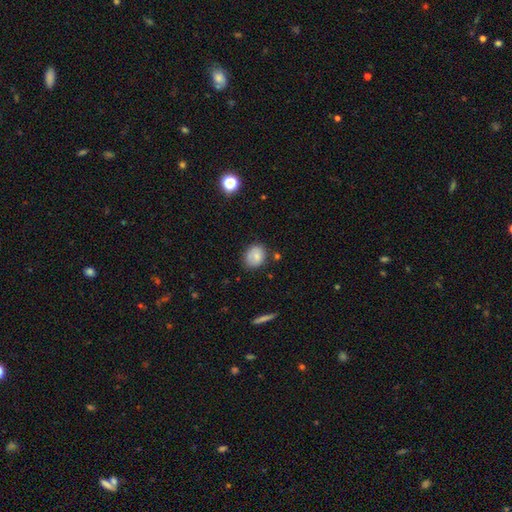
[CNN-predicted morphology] smooth-or-featured: smooth: 74% | featured or disk: 17% | star or artifact: 9%
  how-rounded: round: 58% | in between: 41% | cigar-shaped: 1%
  merging: none: 71% | minor disturbance: 21% | major disturbance: 5% | merger: 4%